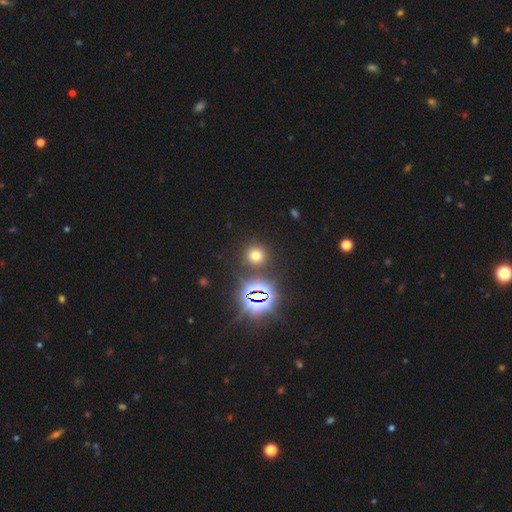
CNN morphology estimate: Smooth or featured?
  - smooth: 62% *
  - star or artifact: 31%
  - featured or disk: 7%
How rounded?
  - round: 92% *
  - in between: 7%
  - cigar-shaped: 1%
Merging?
  - none: 85% *
  - minor disturbance: 7%
  - merger: 5%
  - major disturbance: 3%